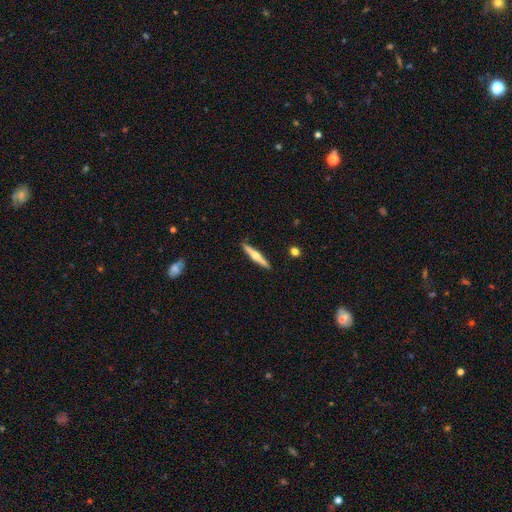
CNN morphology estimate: The model was most divided on "smooth or featured": featured or disk: 60%, smooth: 34%, star or artifact: 5%. More confident: edge-on disk — yes (97%); merging — none (91%); edge-on bulge — rounded (89%).